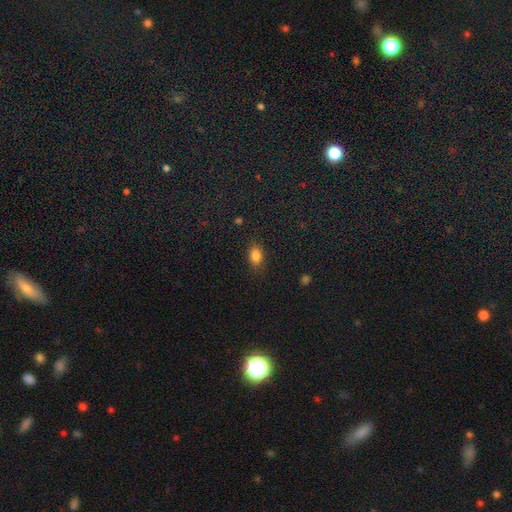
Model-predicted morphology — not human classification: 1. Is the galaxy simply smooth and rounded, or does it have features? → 83% smooth, 10% star or artifact, 6% featured or disk.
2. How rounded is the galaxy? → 84% in between, 13% round, 3% cigar-shaped.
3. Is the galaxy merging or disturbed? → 83% none, 13% minor disturbance, 3% major disturbance, 1% merger.